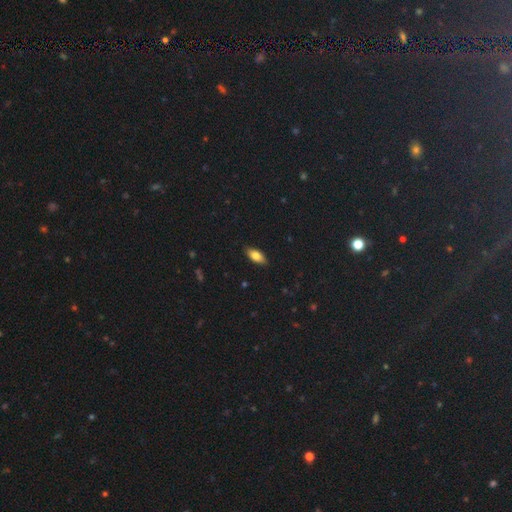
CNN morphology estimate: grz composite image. It shows a smooth galaxy with no disk features (77%) that is in between round and cigar-shaped (85%). Merging: none (88%).